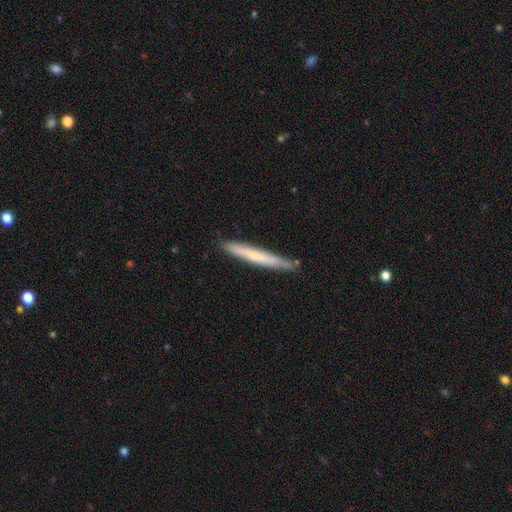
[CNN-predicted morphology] type=smooth (52%); roundness=cigar-shaped (96%); merging=none (84%).